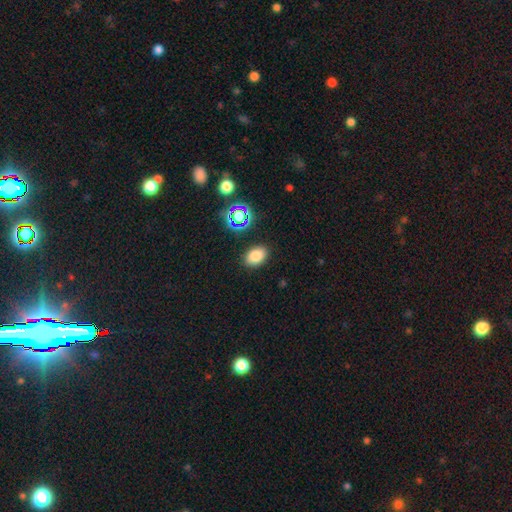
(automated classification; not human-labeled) Q: Smooth or featured?
A: smooth (79%); runner-up: star or artifact (14%)
Q: How rounded?
A: in between (82%); runner-up: round (17%)
Q: Merging?
A: none (87%); runner-up: minor disturbance (9%)